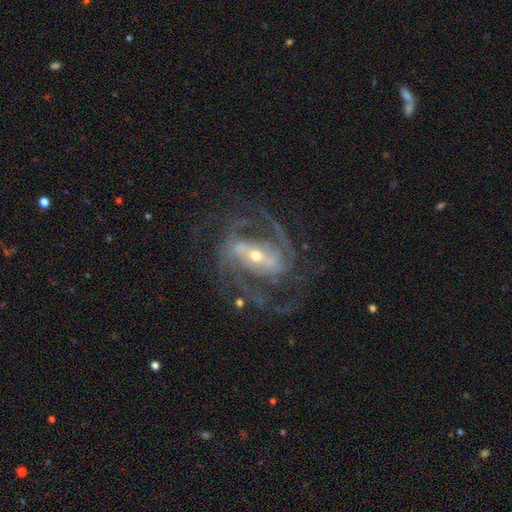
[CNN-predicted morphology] featured or disk 91%, star or artifact 6%, smooth 4%. Down the decision tree: edge-on disk — no (96%); bar — strong (63%); spiral arms — yes (97%); spiral arm count — 2 (60%); spiral winding — medium (55%); bulge size — small (57%); merging — none (67%).